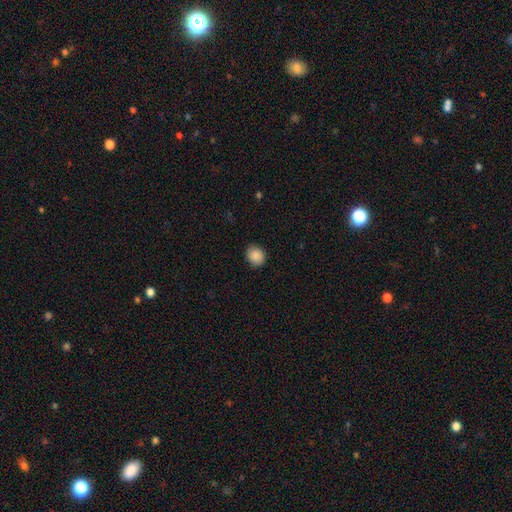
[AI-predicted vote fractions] Overall: smooth (89%). How rounded: round (67%; in between 32%). Merging: none (87%).